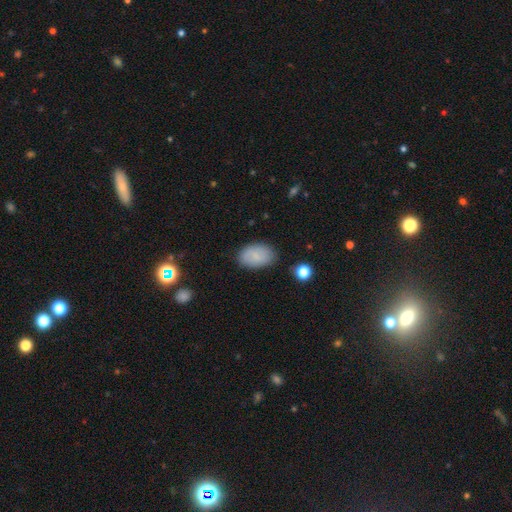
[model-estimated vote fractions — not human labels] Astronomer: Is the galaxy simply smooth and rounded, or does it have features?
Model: smooth — 80%.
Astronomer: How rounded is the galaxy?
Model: in between — 91%.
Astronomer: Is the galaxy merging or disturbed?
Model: none — 80%.